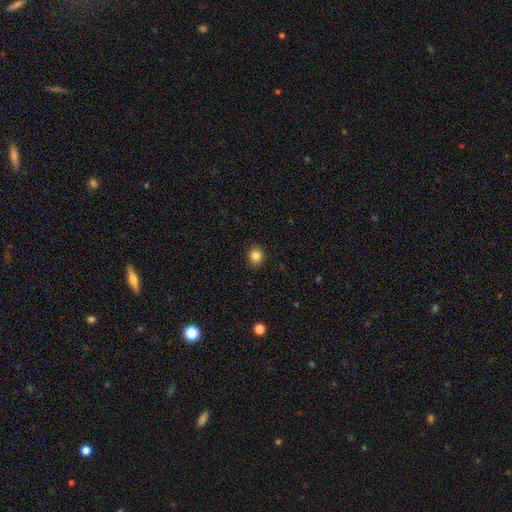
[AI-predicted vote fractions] smooth_or_featured: smooth (p=0.86) [alt: star or artifact p=0.10]
how_rounded: round (p=0.79) [alt: in between p=0.20]
merging: none (p=0.90) [alt: minor disturbance p=0.07]